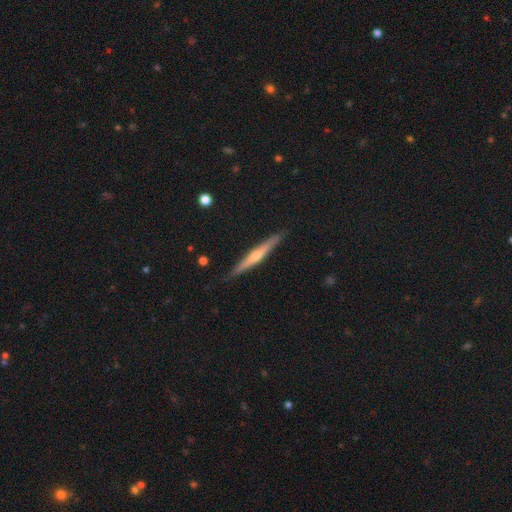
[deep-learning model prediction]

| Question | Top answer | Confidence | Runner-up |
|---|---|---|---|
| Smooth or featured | featured or disk | 69% | smooth (25%) |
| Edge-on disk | yes | 97% | no (3%) |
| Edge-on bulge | rounded | 78% | none (17%) |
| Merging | none | 90% | minor disturbance (8%) |